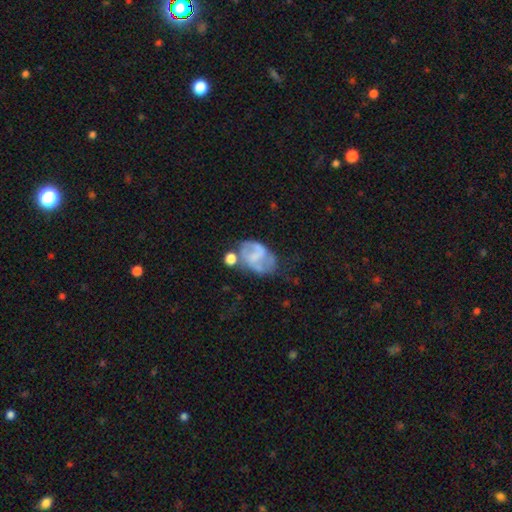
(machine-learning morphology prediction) This appears to be a featured or disk galaxy (57%) with no bar (43%), spiral arms (55%) and no central bulge (52%). Merging: none (34%).